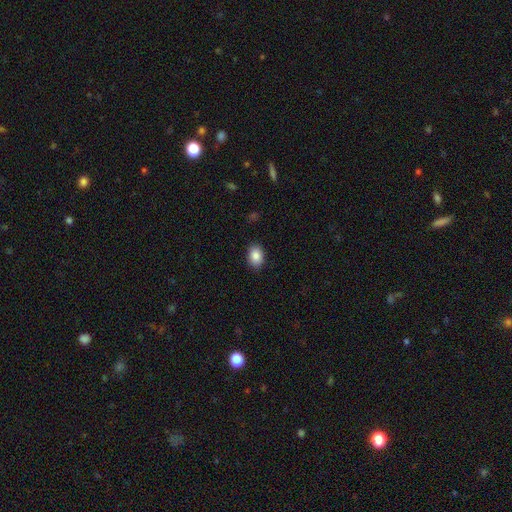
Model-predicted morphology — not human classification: Smooth or featured? Predicted: smooth (p=0.87). How rounded? Predicted: in between (p=0.78). Merging? Predicted: none (p=0.88).